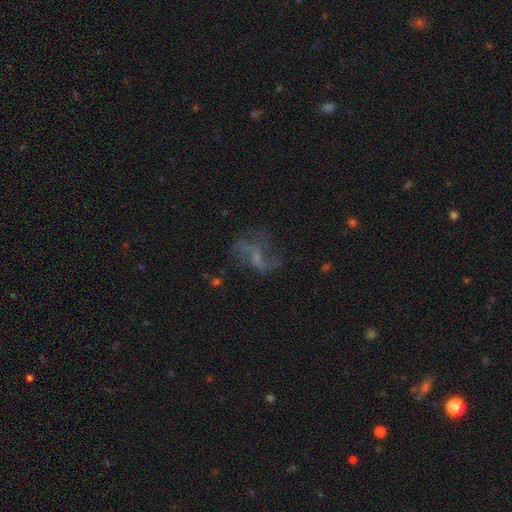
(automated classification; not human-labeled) Morphology: type=featured or disk (69%); edge-on=no (96%); bar=no (44%); spiral arms=yes (76%); winding=loose (79%); arm count=2 (72%); bulge=none (48%); merging=none (53%).